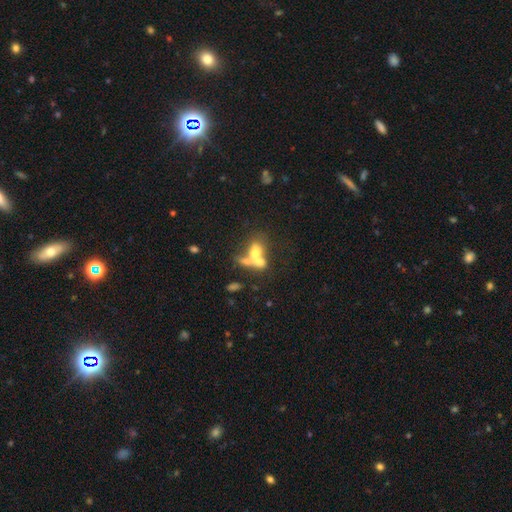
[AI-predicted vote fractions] smooth_or_featured: smooth (p=0.57) [alt: featured or disk p=0.32]
how_rounded: in between (p=0.66) [alt: round p=0.27]
merging: merger (p=0.68) [alt: none p=0.16]